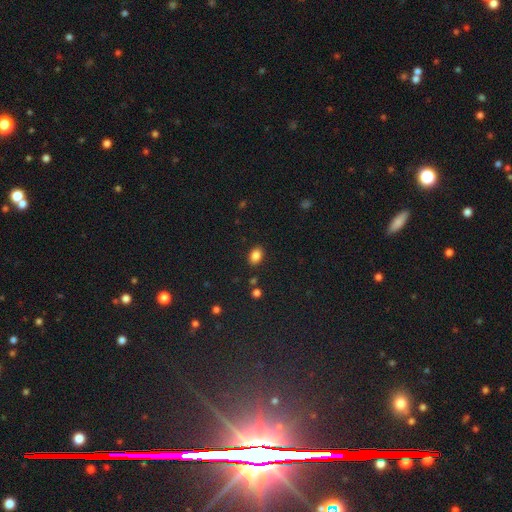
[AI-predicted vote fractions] smooth_or_featured: smooth (p=0.85) [alt: star or artifact p=0.10]
how_rounded: in between (p=0.78) [alt: round p=0.21]
merging: none (p=0.87) [alt: minor disturbance p=0.09]